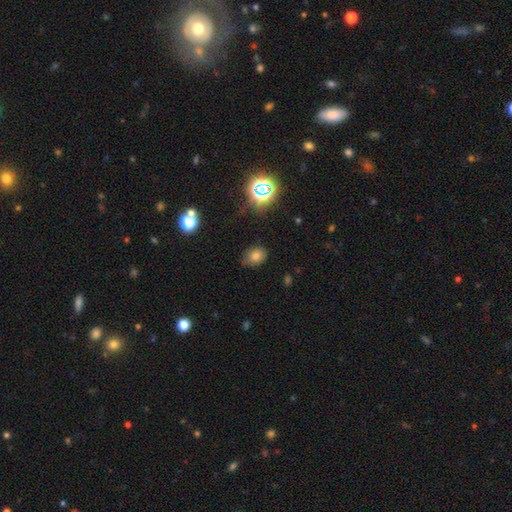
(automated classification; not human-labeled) smooth-or-featured: smooth: 74% | star or artifact: 18% | featured or disk: 8%
  how-rounded: in between: 60% | round: 39% | cigar-shaped: 1%
  merging: none: 74% | minor disturbance: 20% | major disturbance: 4% | merger: 2%